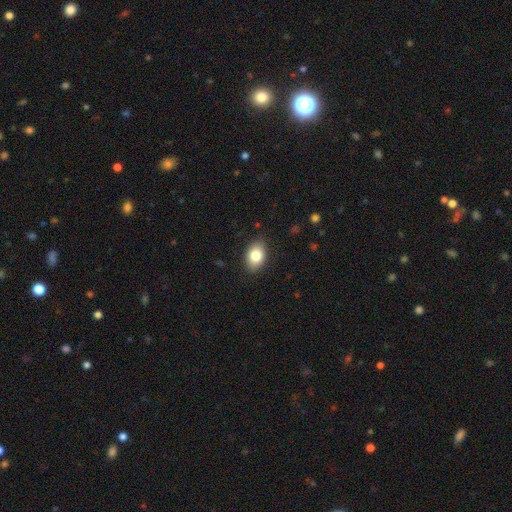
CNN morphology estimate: smooth_or_featured: smooth (p=0.82) [alt: featured or disk p=0.11]
how_rounded: in between (p=0.84) [alt: round p=0.14]
merging: none (p=0.85) [alt: minor disturbance p=0.11]